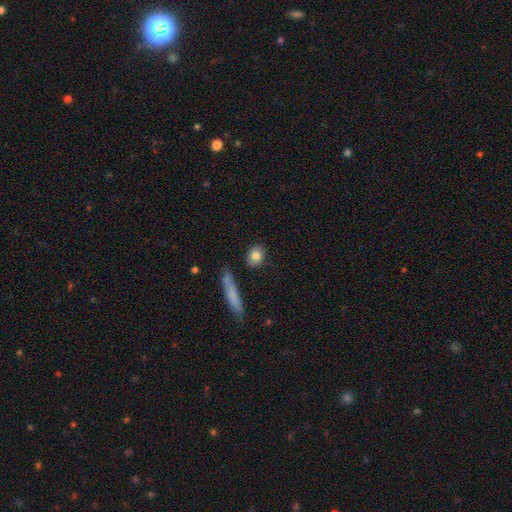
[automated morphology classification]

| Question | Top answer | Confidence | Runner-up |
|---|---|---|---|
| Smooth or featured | smooth | 81% | featured or disk (11%) |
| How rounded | in between | 48% | round (47%) |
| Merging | none | 84% | minor disturbance (9%) |